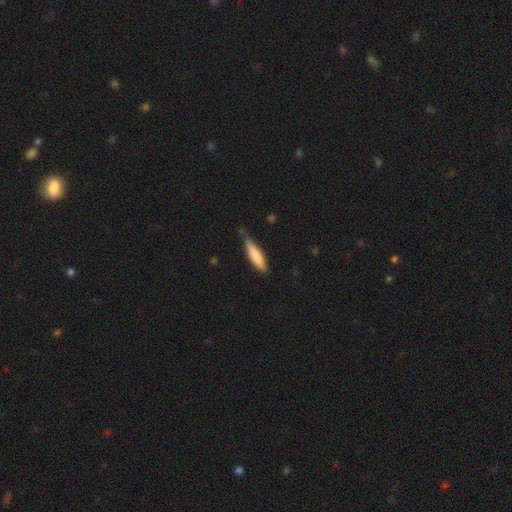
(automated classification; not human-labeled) Q: Smooth or featured?
A: smooth (78%); runner-up: featured or disk (17%)
Q: How rounded?
A: cigar-shaped (74%); runner-up: in between (25%)
Q: Merging?
A: none (72%); runner-up: minor disturbance (22%)